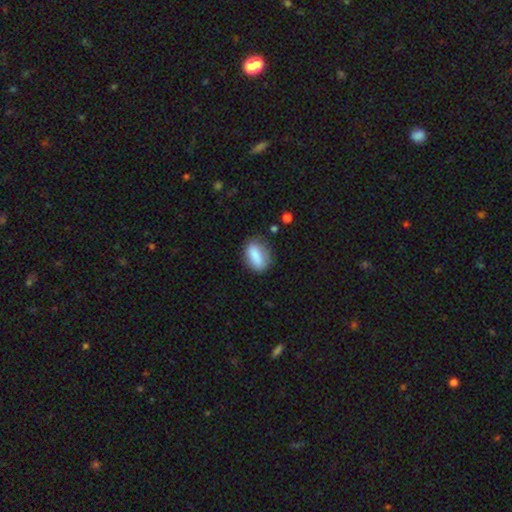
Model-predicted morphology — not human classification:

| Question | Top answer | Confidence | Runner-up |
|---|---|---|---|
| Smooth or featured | smooth | 84% | featured or disk (9%) |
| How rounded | in between | 83% | round (9%) |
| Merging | none | 72% | minor disturbance (20%) |